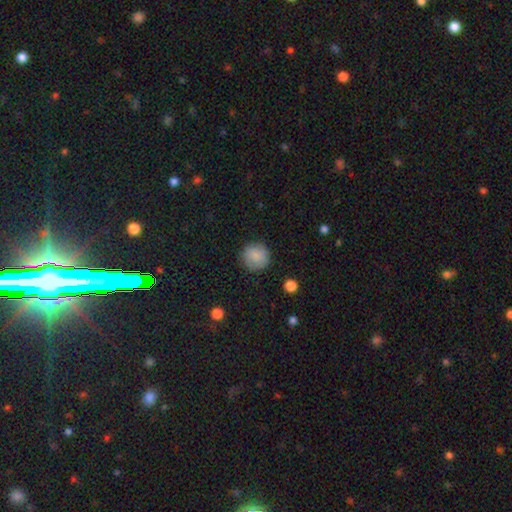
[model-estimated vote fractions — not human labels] Overall: smooth (86%). How rounded: round (94%). Merging: none (87%).